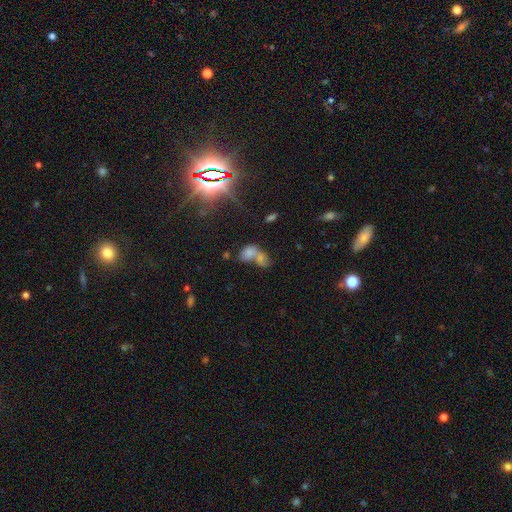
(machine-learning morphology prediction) A smooth galaxy with no disk features (50%).

Vote fractions:
- Smooth or featured? smooth: 50% / star or artifact: 32% / featured or disk: 18%
- Merging? merger: 62% / none: 24% / minor disturbance: 8% / major disturbance: 6%